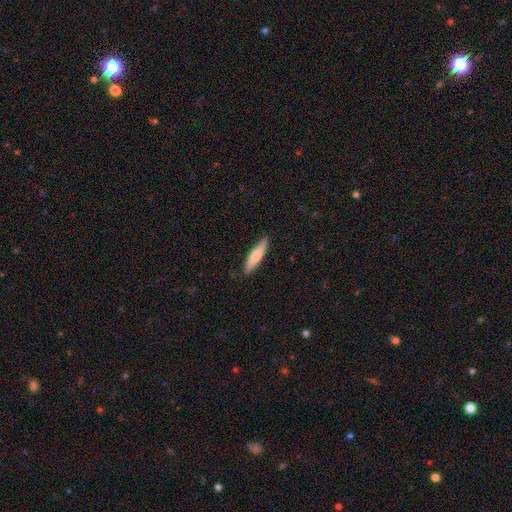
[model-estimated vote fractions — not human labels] Smooth or featured?
  - smooth: 71% *
  - featured or disk: 24%
  - star or artifact: 5%
How rounded?
  - cigar-shaped: 82% *
  - in between: 16%
  - round: 1%
Merging?
  - none: 87% *
  - minor disturbance: 11%
  - major disturbance: 2%
  - merger: 1%